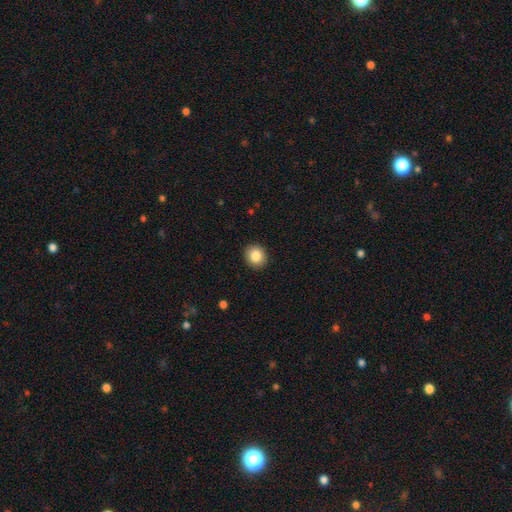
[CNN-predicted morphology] Smooth or featured? Predicted: smooth (p=0.85). How rounded? Predicted: round (p=0.79). Merging? Predicted: none (p=0.91).